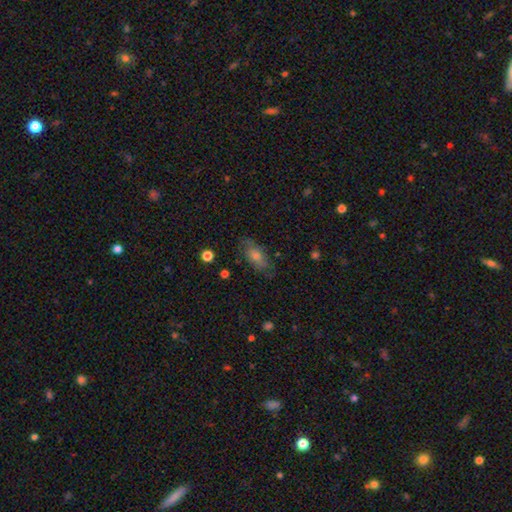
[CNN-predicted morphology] The model was most divided on "smooth or featured": smooth: 49%, featured or disk: 35%, star or artifact: 16%. More confident: merging — none (77%).